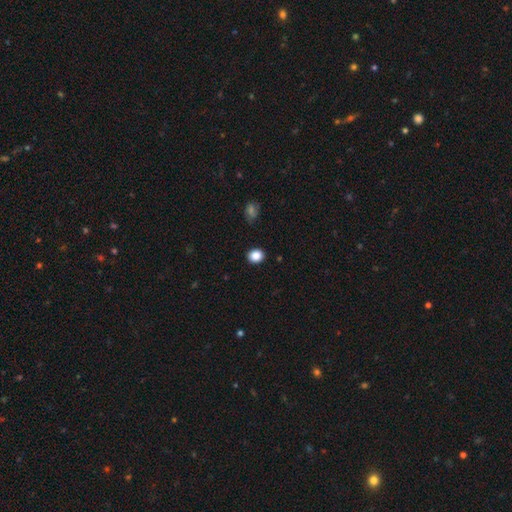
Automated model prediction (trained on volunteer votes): This is clearly a smooth galaxy (87%). How rounded: likely round (64%). Merging: clearly none (89%).